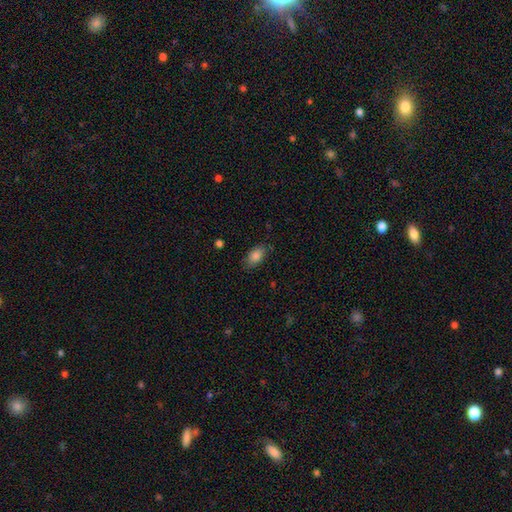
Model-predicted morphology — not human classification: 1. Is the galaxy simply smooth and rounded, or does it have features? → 86% smooth, 8% star or artifact, 6% featured or disk.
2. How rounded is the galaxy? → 90% in between, 7% round, 3% cigar-shaped.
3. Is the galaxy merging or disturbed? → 79% none, 16% minor disturbance, 4% major disturbance, 1% merger.